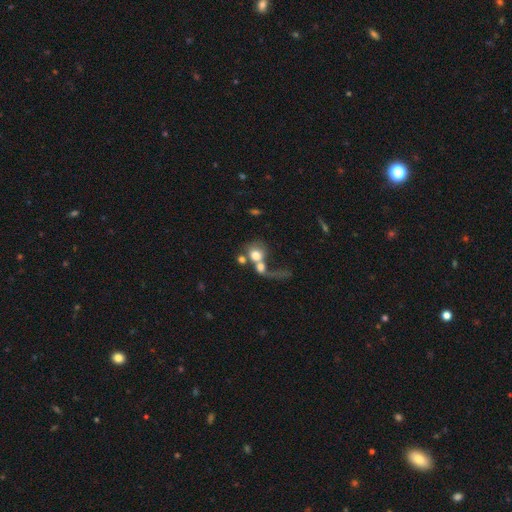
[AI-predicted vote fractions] Overall: smooth (61%; featured or disk 27%). How rounded: round (69%). Merging: merger (57%; major disturbance 22%).